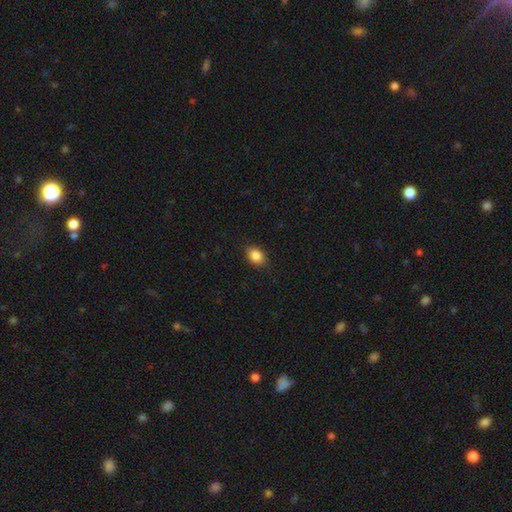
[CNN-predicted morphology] Smooth or featured?
  - smooth: 86% *
  - star or artifact: 9%
  - featured or disk: 5%
How rounded?
  - in between: 67% *
  - round: 31%
  - cigar-shaped: 1%
Merging?
  - none: 86% *
  - minor disturbance: 10%
  - major disturbance: 2%
  - merger: 1%